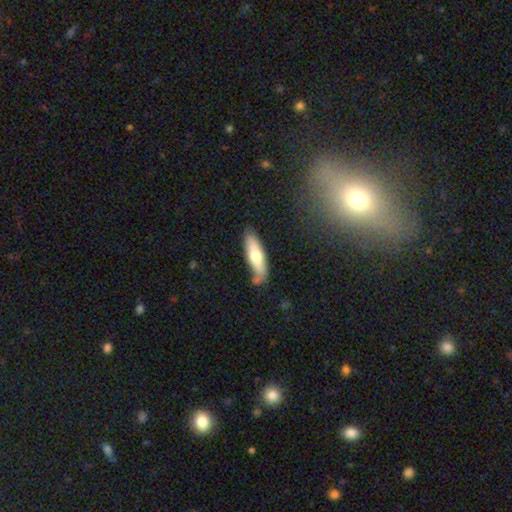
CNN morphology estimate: smooth 61%, featured or disk 34%, star or artifact 5%. Down the decision tree: how rounded — cigar-shaped (57%); merging — none (69%).